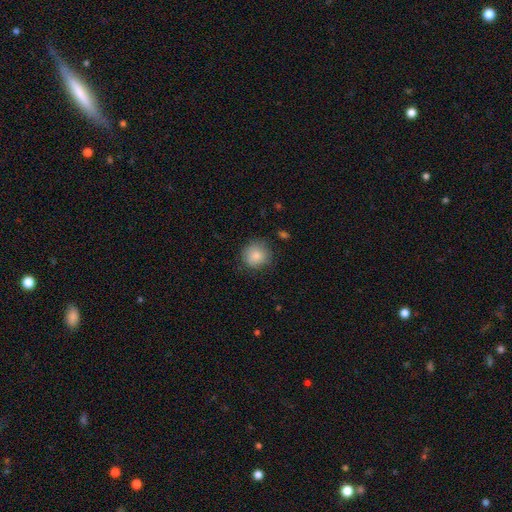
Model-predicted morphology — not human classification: type=smooth (84%); roundness=round (91%); merging=none (79%).